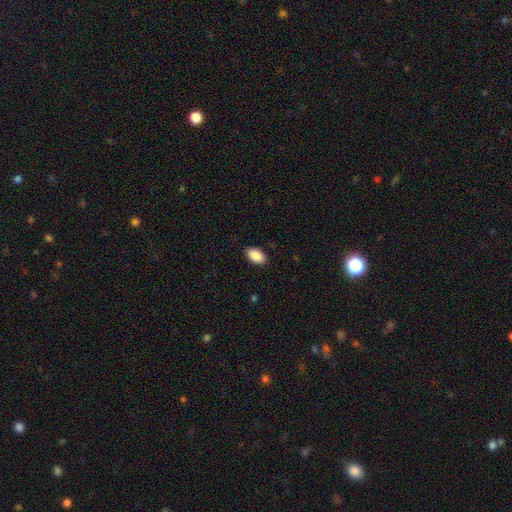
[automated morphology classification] smooth_or_featured: smooth (p=0.90) [alt: star or artifact p=0.07]
how_rounded: in between (p=0.94) [alt: round p=0.05]
merging: none (p=0.88) [alt: minor disturbance p=0.09]